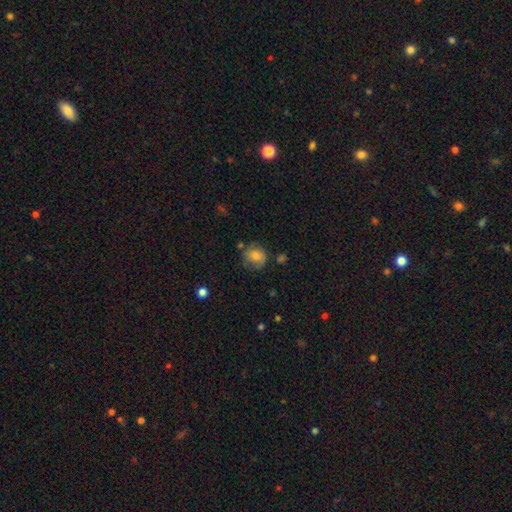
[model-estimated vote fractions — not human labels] Smooth or featured? smooth (77%)
How rounded? round (73%)
Merging? none (66%)